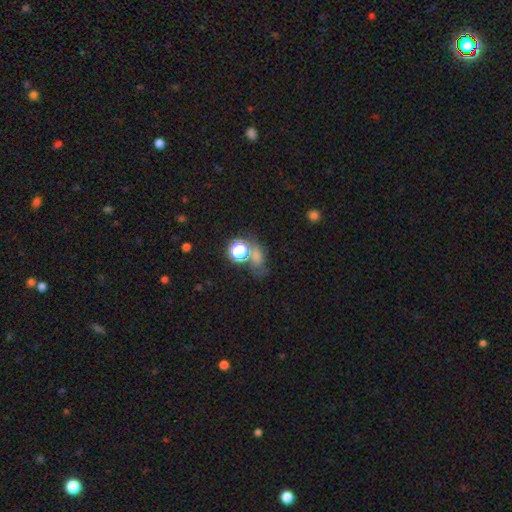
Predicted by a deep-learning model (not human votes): Smooth or featured? Predicted: star or artifact (p=0.45).